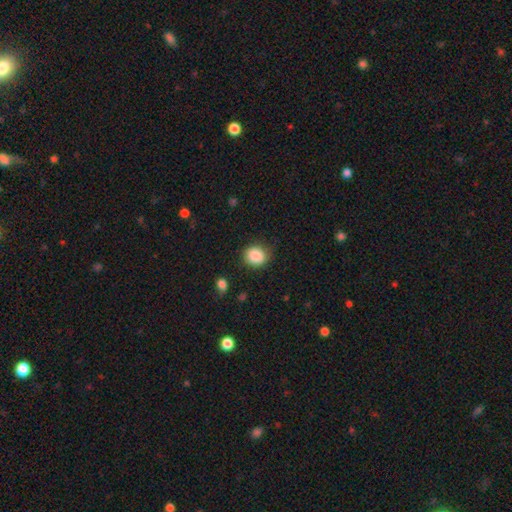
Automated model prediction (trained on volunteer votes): smooth-or-featured: smooth: 88% | star or artifact: 8% | featured or disk: 4%
  how-rounded: round: 68% | in between: 31% | cigar-shaped: 1%
  merging: none: 80% | minor disturbance: 14% | major disturbance: 4% | merger: 2%